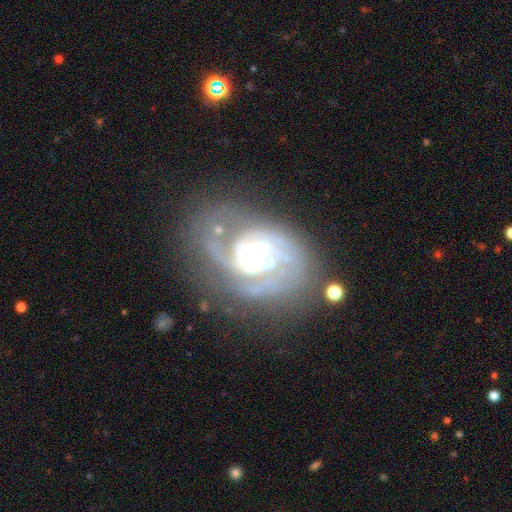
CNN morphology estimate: smooth_or_featured: featured or disk (p=0.87) [alt: star or artifact p=0.06]
disk_edge_on: no (p=0.97) [alt: yes p=0.03]
bar: weak (p=0.41) [alt: no p=0.40]
has_spiral_arms: yes (p=0.95) [alt: no p=0.05]
spiral_winding: tight (p=0.53) [alt: medium p=0.38]
spiral_arm_count: 2 (p=0.33) [alt: 3 p=0.29]
bulge_size: moderate (p=0.45) [alt: small p=0.39]
merging: none (p=0.55) [alt: major disturbance p=0.20]